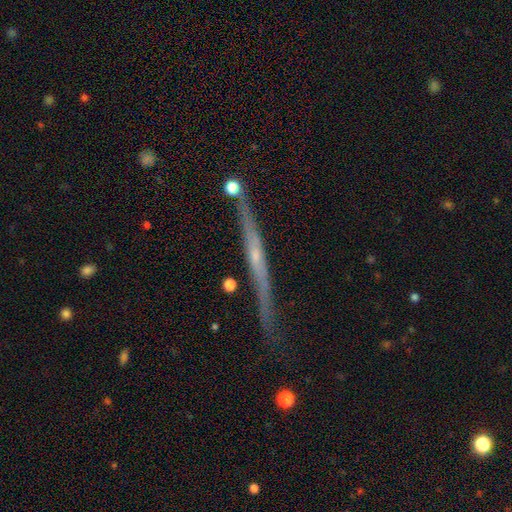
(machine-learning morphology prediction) A featured or disk galaxy (73%) viewed edge-on (96%) with no central bulge (51%).

Vote fractions:
- Smooth or featured? featured or disk: 73% / smooth: 20% / star or artifact: 7%
- Edge-on disk? yes: 96% / no: 4%
- Edge-on bulge? none: 51% / rounded: 42% / boxy: 7%
- Merging? none: 80% / minor disturbance: 13% / merger: 4% / major disturbance: 3%